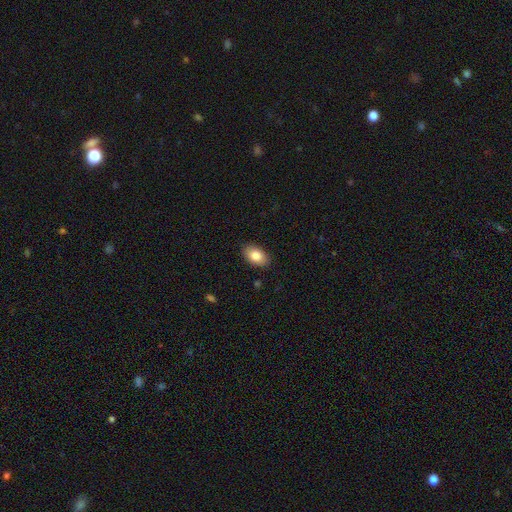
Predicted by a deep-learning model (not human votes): Overall: smooth (83%). How rounded: in between (91%). Merging: none (88%).